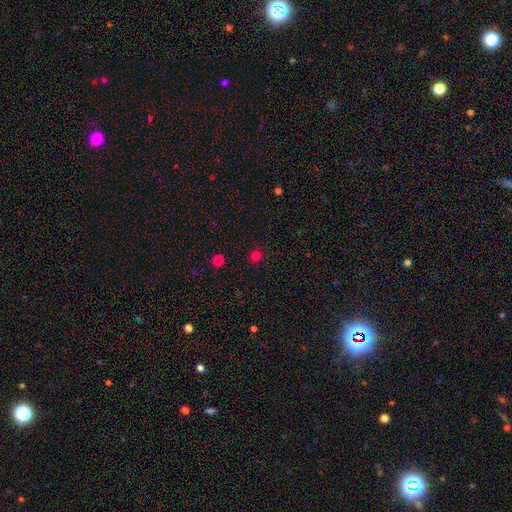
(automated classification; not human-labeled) Smooth or featured? smooth (74%)
How rounded? round (95%)
Merging? none (91%)